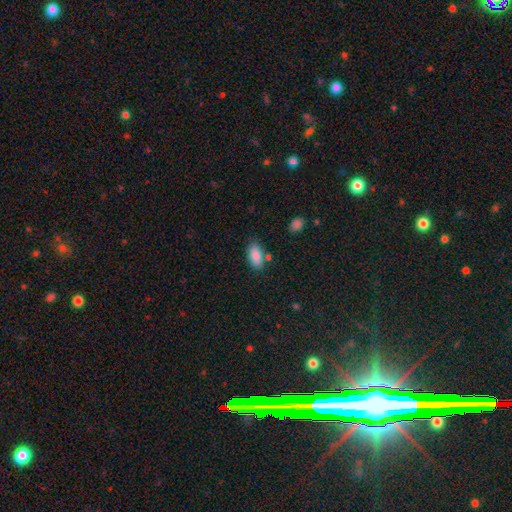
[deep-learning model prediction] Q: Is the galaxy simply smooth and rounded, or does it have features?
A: smooth — 87%.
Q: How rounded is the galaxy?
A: in between — 91%.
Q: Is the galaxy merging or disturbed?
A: none — 76%.